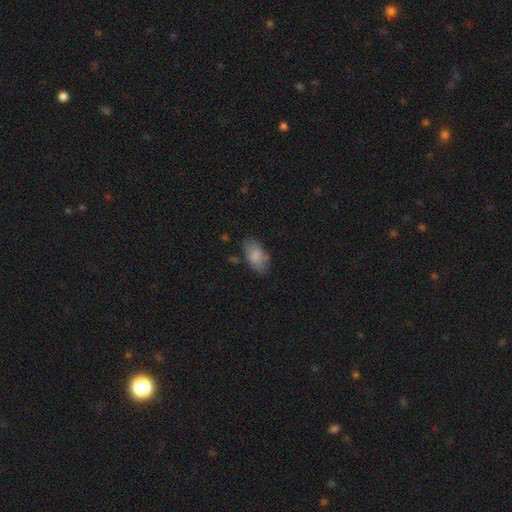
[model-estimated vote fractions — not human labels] Smooth or featured: smooth — 82% (featured or disk — 12%)
How rounded: in between — 94% (round — 3%)
Merging: none — 73% (minor disturbance — 20%)